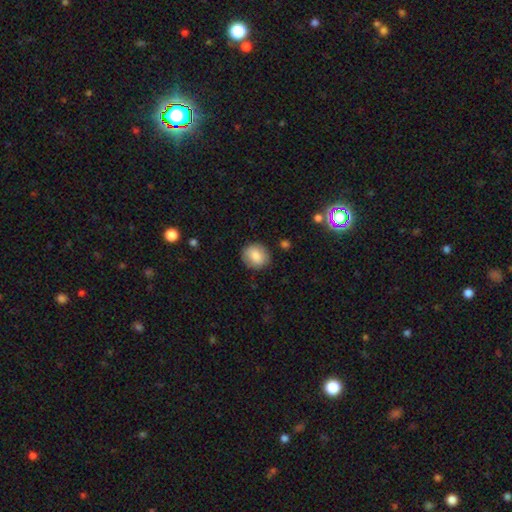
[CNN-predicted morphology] smooth 83%, featured or disk 9%, star or artifact 8%. Down the decision tree: how rounded — round (81%); merging — none (87%).